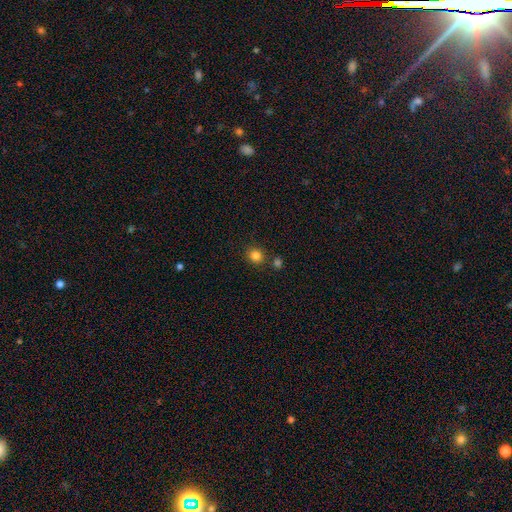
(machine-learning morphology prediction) Smooth or featured: smooth — 83% (star or artifact — 13%)
How rounded: round — 90% (in between — 9%)
Merging: none — 81% (merger — 9%)